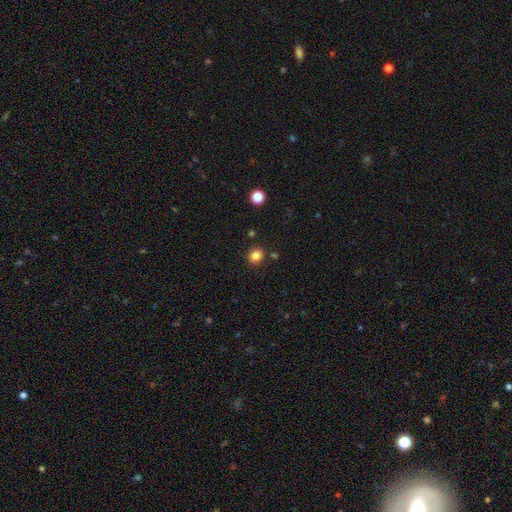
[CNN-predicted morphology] A smooth galaxy with no disk features (84%) that is round (80%). Merging: none (86%).